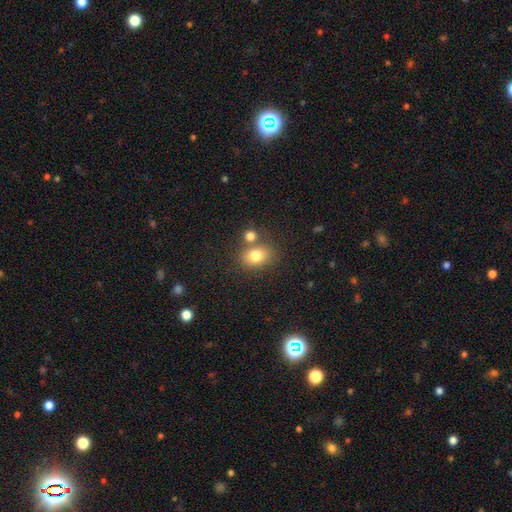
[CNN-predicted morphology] A smooth galaxy with no disk features (79%) that is in between round and cigar-shaped (59%).

Vote fractions:
- Smooth or featured? smooth: 79% / star or artifact: 11% / featured or disk: 10%
- How rounded? in between: 59% / round: 40% / cigar-shaped: 1%
- Merging? none: 62% / merger: 23% / minor disturbance: 11% / major disturbance: 4%